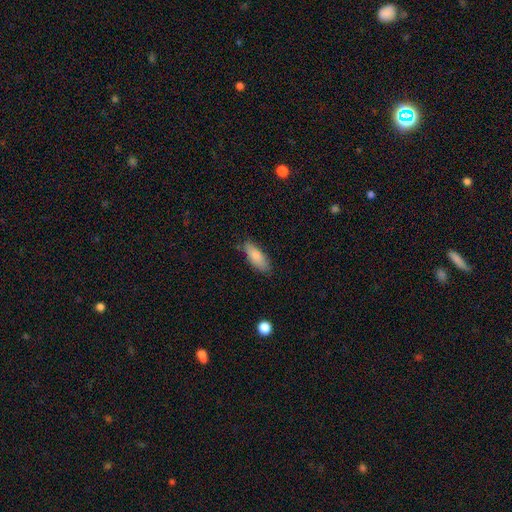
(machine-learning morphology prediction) smooth 83%, featured or disk 10%, star or artifact 7%. Down the decision tree: how rounded — in between (72%); merging — none (75%).